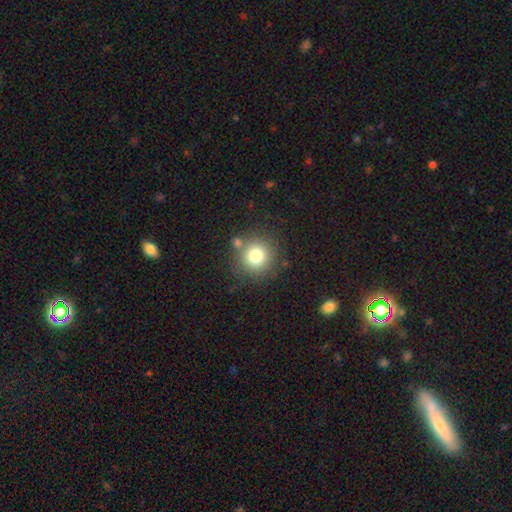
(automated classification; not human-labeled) Q: Smooth or featured?
A: smooth (79%); runner-up: star or artifact (12%)
Q: How rounded?
A: round (92%); runner-up: in between (7%)
Q: Merging?
A: none (77%); runner-up: minor disturbance (10%)